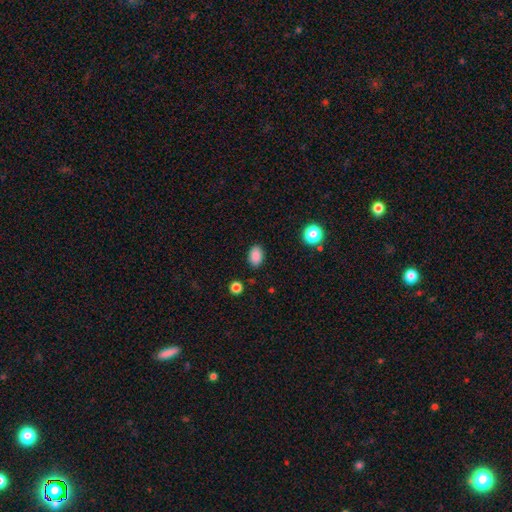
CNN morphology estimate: Smooth or featured? smooth (88%)
How rounded? in between (86%)
Merging? none (87%)